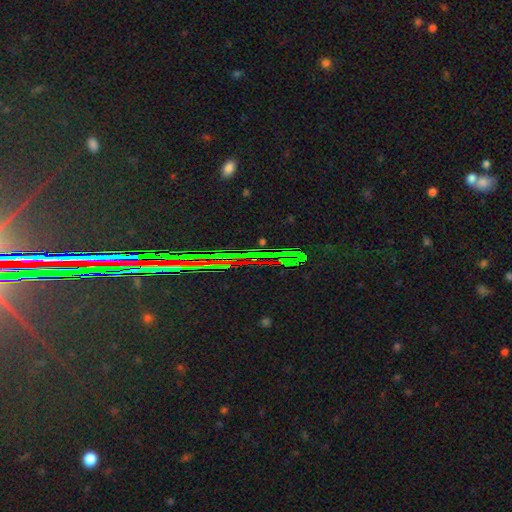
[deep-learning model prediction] star or artifact 85%, featured or disk 8%, smooth 7%.